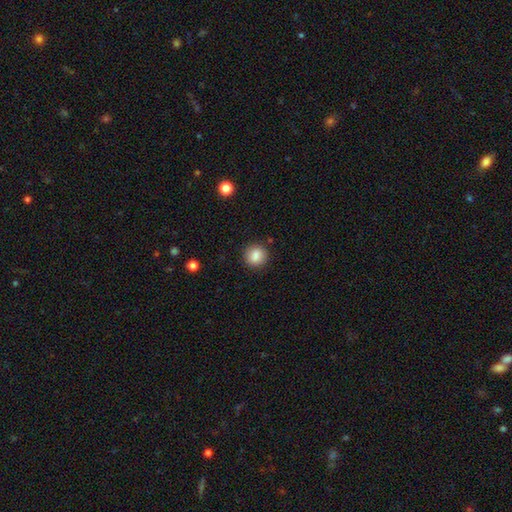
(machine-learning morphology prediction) A smooth galaxy with no disk features (87%) that is round (88%). Merging: none (89%).